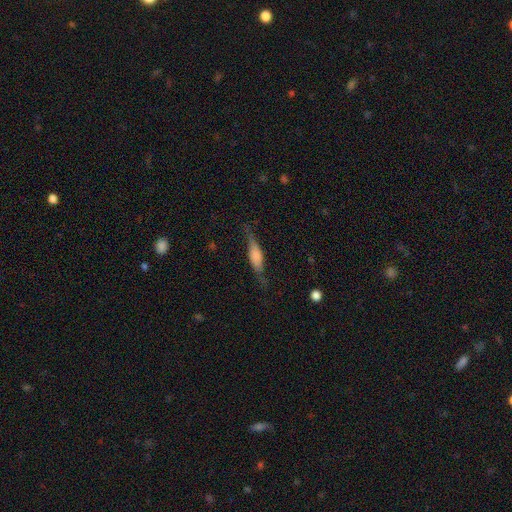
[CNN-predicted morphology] smooth 55%, featured or disk 38%, star or artifact 7%. Down the decision tree: how rounded — cigar-shaped (53%); merging — none (64%).